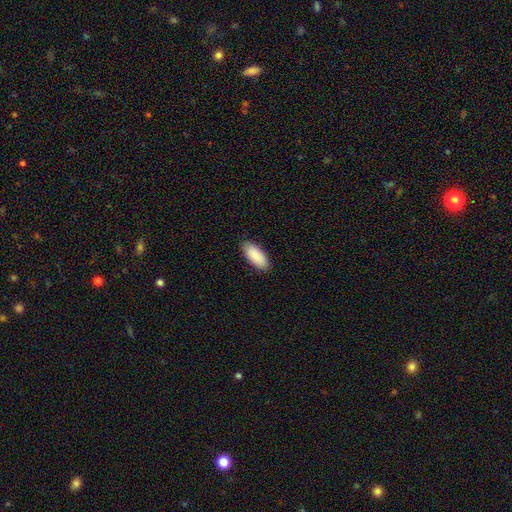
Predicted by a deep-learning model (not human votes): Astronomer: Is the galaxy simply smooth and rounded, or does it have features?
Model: smooth — 89%.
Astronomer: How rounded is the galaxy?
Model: in between — 86%.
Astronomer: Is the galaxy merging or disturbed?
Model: none — 88%.